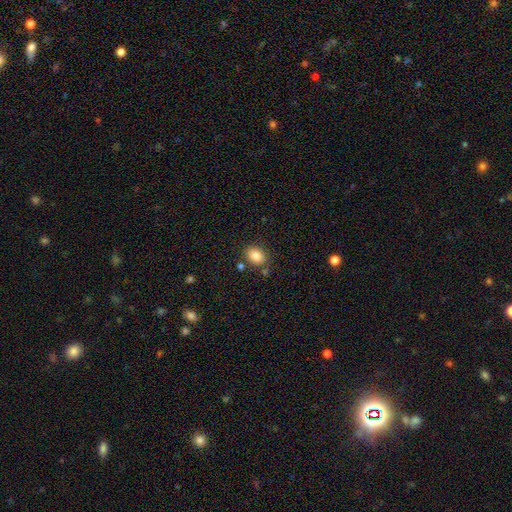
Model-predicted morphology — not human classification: This appears to be a smooth galaxy with no disk features (84%) that is in between round and cigar-shaped (74%). Merging: none (78%).